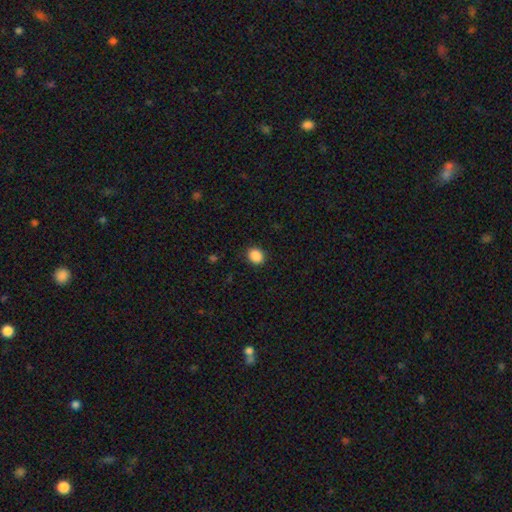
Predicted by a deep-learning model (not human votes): Smooth or featured: smooth — 88% (star or artifact — 9%)
How rounded: round — 66% (in between — 34%)
Merging: none — 88% (minor disturbance — 8%)